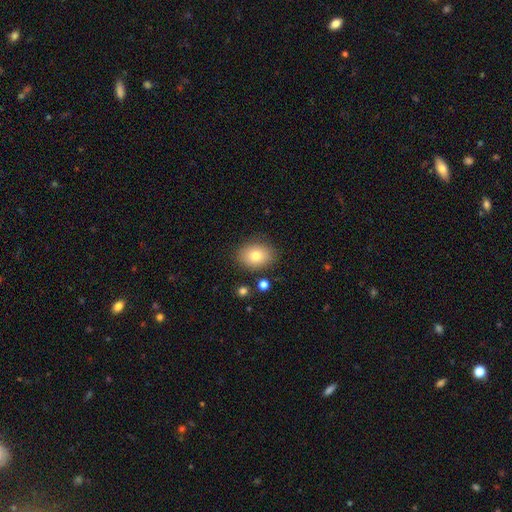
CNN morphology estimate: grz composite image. It shows a smooth galaxy with no disk features (78%) that is in between round and cigar-shaped (62%). Merging: none (85%).